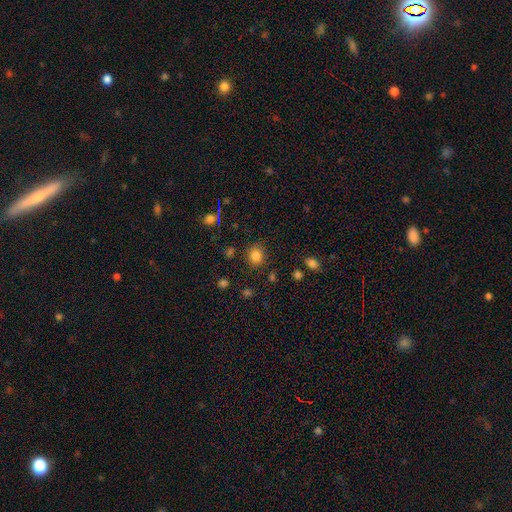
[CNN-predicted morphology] A smooth galaxy with no disk features (82%) that is round (66%).

Vote fractions:
- Smooth or featured? smooth: 82% / star or artifact: 13% / featured or disk: 5%
- How rounded? round: 66% / in between: 33% / cigar-shaped: 1%
- Merging? none: 81% / minor disturbance: 13% / major disturbance: 4% / merger: 3%